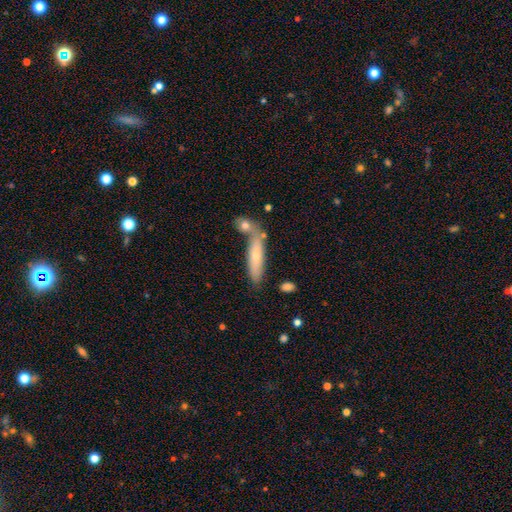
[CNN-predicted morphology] Smooth or featured? smooth (62%)
How rounded? cigar-shaped (71%)
Merging? none (51%)